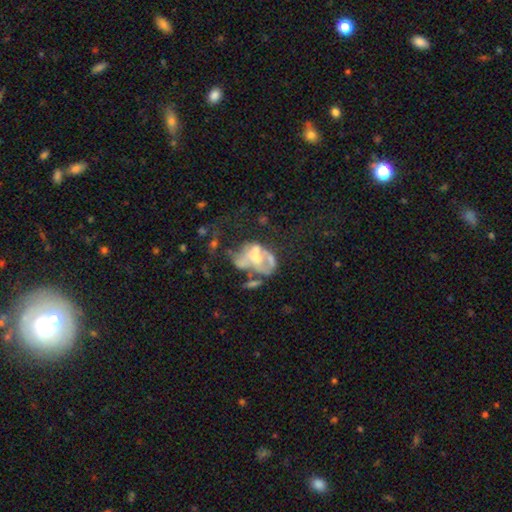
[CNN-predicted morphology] Overall: featured or disk (60%; smooth 28%). Edge-on disk: no (97%). Bar: no (73%). Spiral arms: no (80%). Bulge size: moderate (43%; none 21%). Merging: major disturbance (41%; merger 25%).